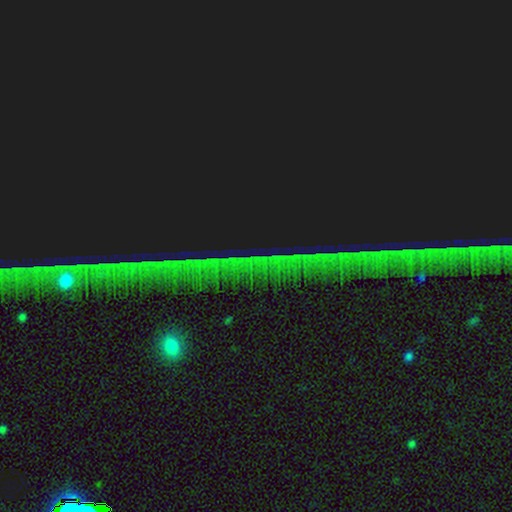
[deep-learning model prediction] Smooth or featured: star or artifact — 85% (featured or disk — 8%)